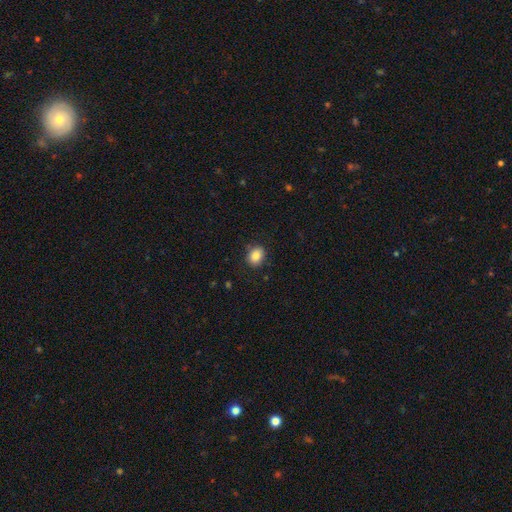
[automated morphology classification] smooth_or_featured: smooth (p=0.86) [alt: star or artifact p=0.09]
how_rounded: in between (p=0.53) [alt: round p=0.46]
merging: none (p=0.85) [alt: minor disturbance p=0.11]